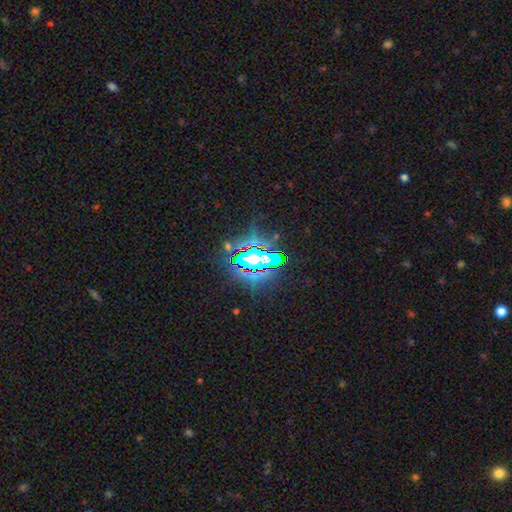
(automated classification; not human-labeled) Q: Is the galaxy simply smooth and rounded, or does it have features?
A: star or artifact — 67%.